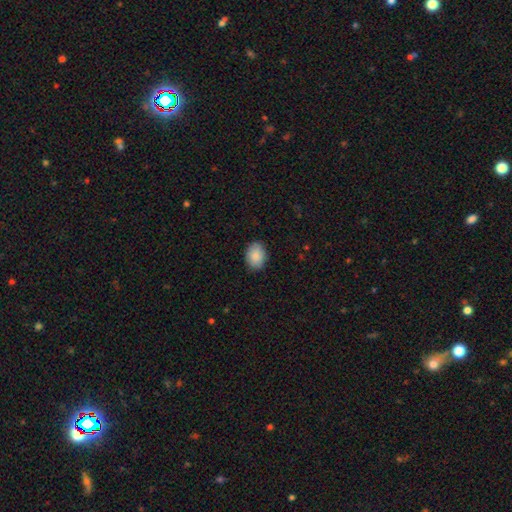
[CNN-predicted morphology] A smooth galaxy with no disk features (88%) that is in between round and cigar-shaped (71%). Merging: none (86%).